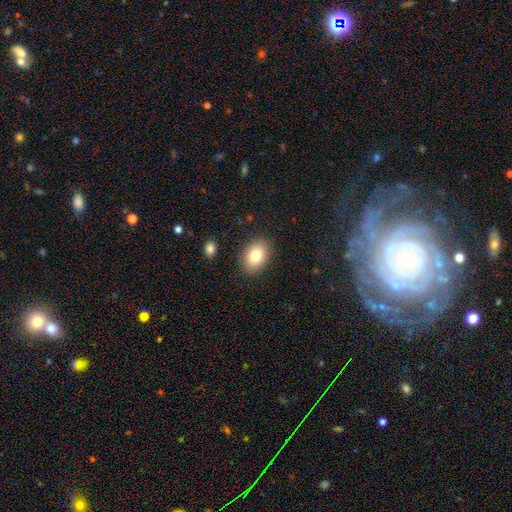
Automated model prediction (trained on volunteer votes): The model was most divided on "how rounded": in between: 76%, round: 23%, cigar-shaped: 1%. More confident: merging — none (87%); smooth or featured — smooth (81%).